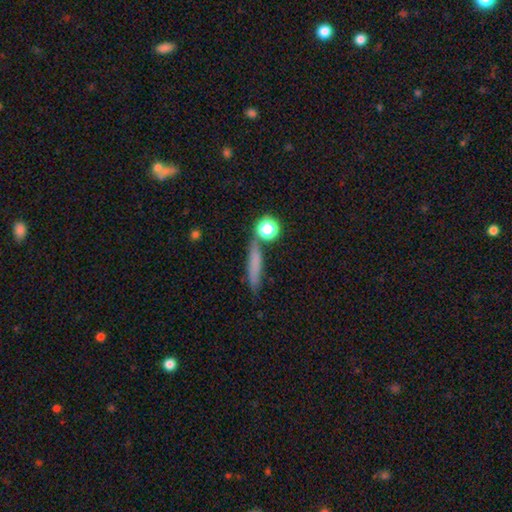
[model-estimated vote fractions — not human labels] Smooth or featured? smooth (64%)
How rounded? cigar-shaped (78%)
Merging? none (74%)